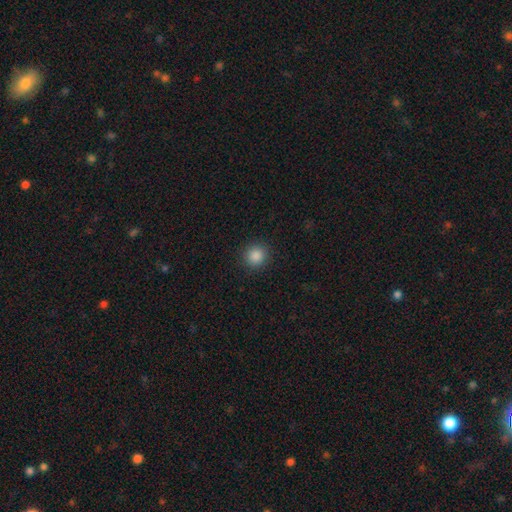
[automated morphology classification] Q: Smooth or featured?
A: smooth (86%); runner-up: star or artifact (11%)
Q: How rounded?
A: round (93%); runner-up: in between (6%)
Q: Merging?
A: none (91%); runner-up: minor disturbance (6%)